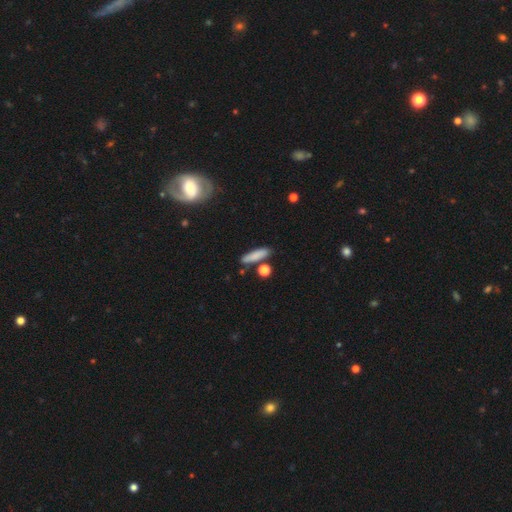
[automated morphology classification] Smooth or featured?
  - smooth: 81% *
  - featured or disk: 11%
  - star or artifact: 8%
How rounded?
  - cigar-shaped: 67% *
  - in between: 28%
  - round: 5%
Merging?
  - none: 76% *
  - minor disturbance: 12%
  - merger: 8%
  - major disturbance: 3%